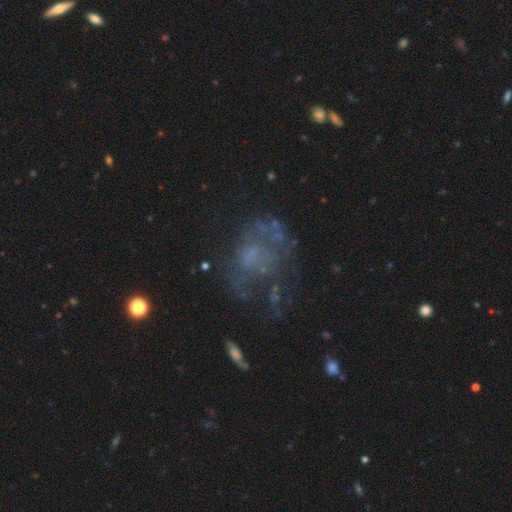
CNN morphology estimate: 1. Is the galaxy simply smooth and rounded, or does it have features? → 57% featured or disk, 22% star or artifact, 21% smooth.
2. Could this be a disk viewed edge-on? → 97% no, 3% yes.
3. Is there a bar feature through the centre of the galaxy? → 87% no, 10% weak, 2% strong.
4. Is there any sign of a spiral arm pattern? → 73% no, 27% yes.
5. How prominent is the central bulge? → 53% none, 23% small, 18% moderate, 4% large, 2% dominant.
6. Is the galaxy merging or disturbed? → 46% none, 29% major disturbance, 18% minor disturbance, 6% merger.